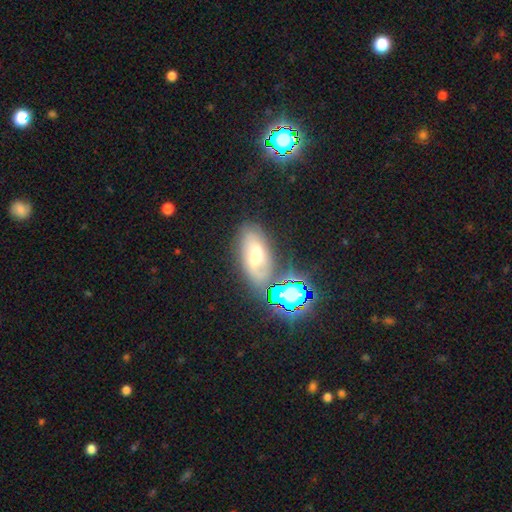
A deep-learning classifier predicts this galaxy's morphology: Smooth or featured?
  - featured or disk: 49% *
  - smooth: 35%
  - star or artifact: 17%
Merging?
  - none: 69% *
  - minor disturbance: 17%
  - major disturbance: 7%
  - merger: 6%